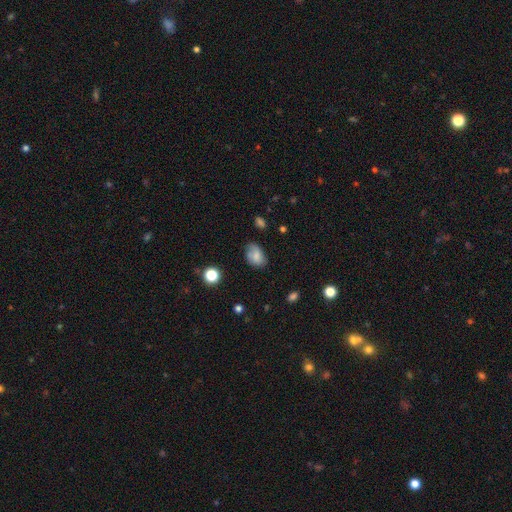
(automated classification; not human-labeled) Smooth or featured? Predicted: smooth (p=0.77). How rounded? Predicted: in between (p=0.85). Merging? Predicted: none (p=0.62).